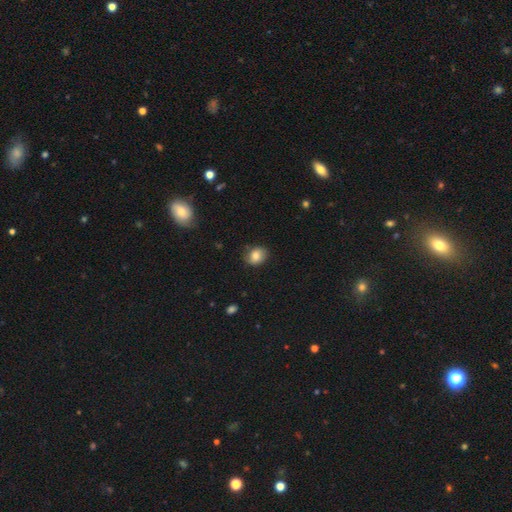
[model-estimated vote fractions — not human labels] A smooth galaxy with no disk features (79%) that is in between round and cigar-shaped (51%). Merging: none (79%).